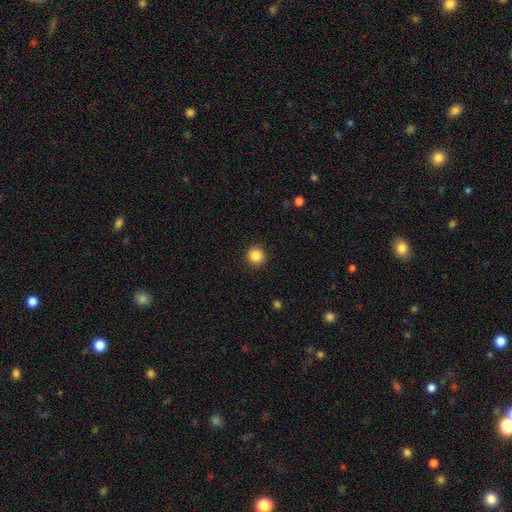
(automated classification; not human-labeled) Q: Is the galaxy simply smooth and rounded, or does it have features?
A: smooth — 87%.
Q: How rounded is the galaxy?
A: round — 95%.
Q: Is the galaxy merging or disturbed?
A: none — 92%.